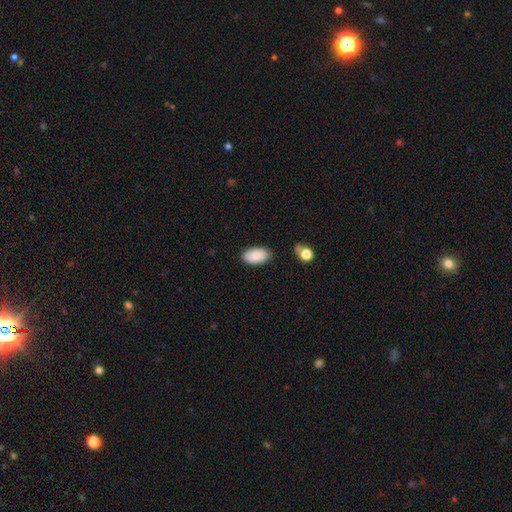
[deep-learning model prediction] smooth-or-featured: smooth: 87% | star or artifact: 7% | featured or disk: 6%
  how-rounded: in between: 95% | round: 4% | cigar-shaped: 2%
  merging: none: 81% | minor disturbance: 14% | major disturbance: 3% | merger: 2%